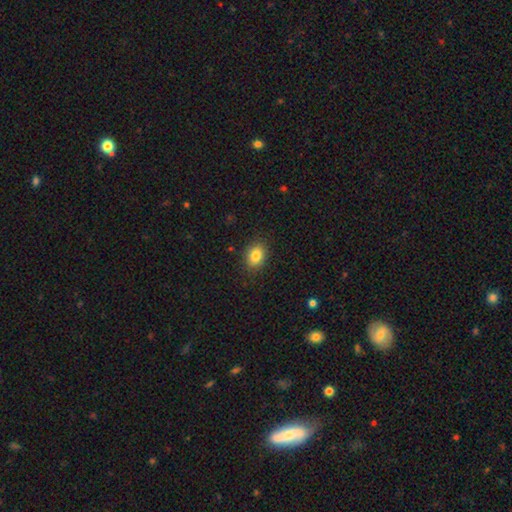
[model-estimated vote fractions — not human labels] Q: Smooth or featured?
A: smooth (85%); runner-up: star or artifact (9%)
Q: How rounded?
A: in between (70%); runner-up: round (29%)
Q: Merging?
A: none (87%); runner-up: minor disturbance (9%)